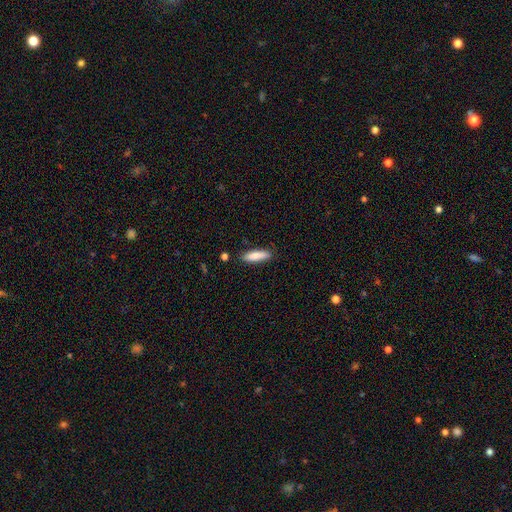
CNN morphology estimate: The model was most divided on "how rounded": cigar-shaped: 65%, in between: 33%, round: 2%. More confident: merging — none (85%); smooth or featured — smooth (82%).